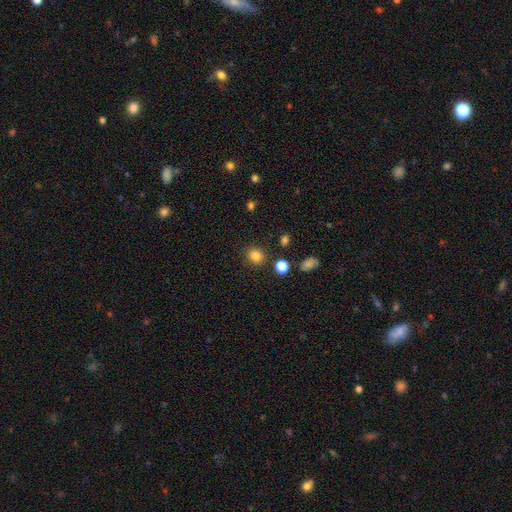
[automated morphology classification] The model was most divided on "how rounded": round: 84%, in between: 15%, cigar-shaped: 1%. More confident: merging — none (87%); smooth or featured — smooth (83%).